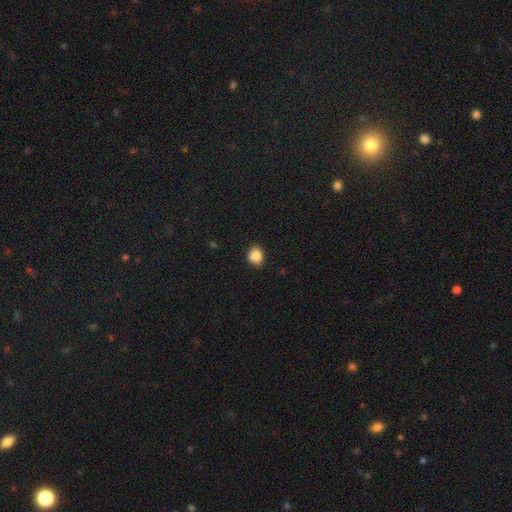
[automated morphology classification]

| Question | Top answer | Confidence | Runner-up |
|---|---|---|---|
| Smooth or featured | smooth | 86% | star or artifact (9%) |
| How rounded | round | 60% | in between (39%) |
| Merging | none | 74% | minor disturbance (21%) |